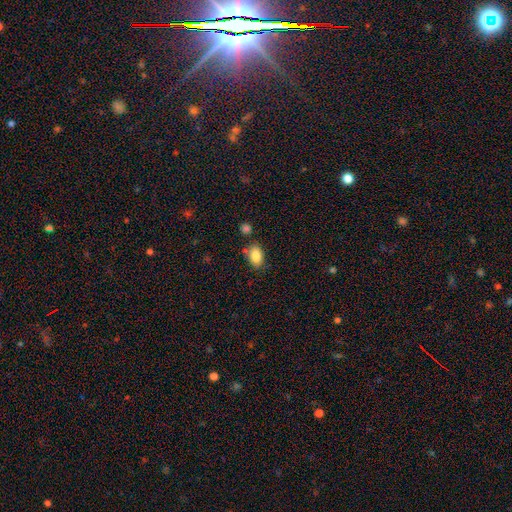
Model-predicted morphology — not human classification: The model was most divided on "merging": none: 73%, minor disturbance: 15%, merger: 8%, major disturbance: 4%. More confident: how rounded — in between (87%); smooth or featured — smooth (86%).